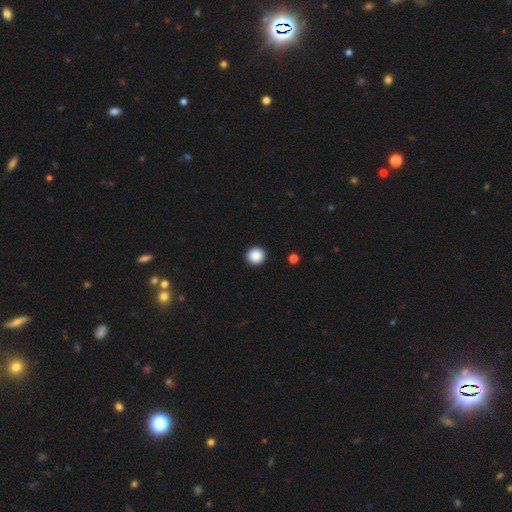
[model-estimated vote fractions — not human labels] smooth 88%, star or artifact 9%, featured or disk 3%. Down the decision tree: how rounded — round (92%); merging — none (93%).